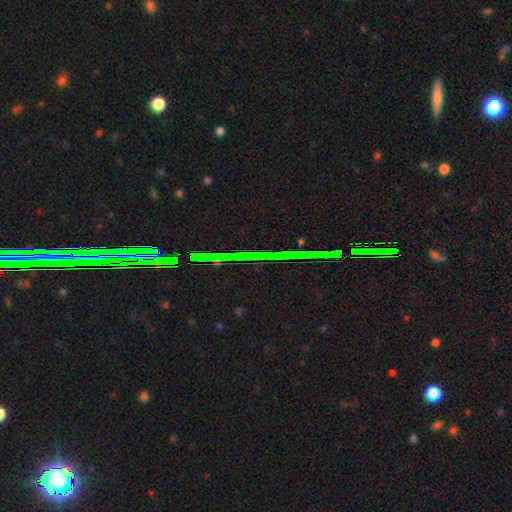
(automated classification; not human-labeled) Overall: star or artifact (84%).